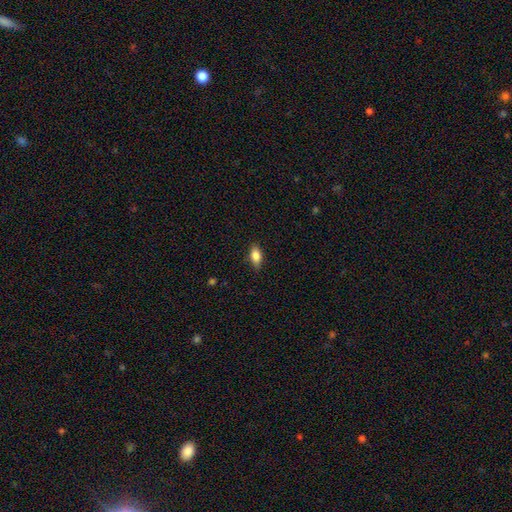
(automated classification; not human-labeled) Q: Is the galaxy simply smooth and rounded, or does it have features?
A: smooth — 83%.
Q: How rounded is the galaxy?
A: in between — 86%.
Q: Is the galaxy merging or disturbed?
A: none — 84%.